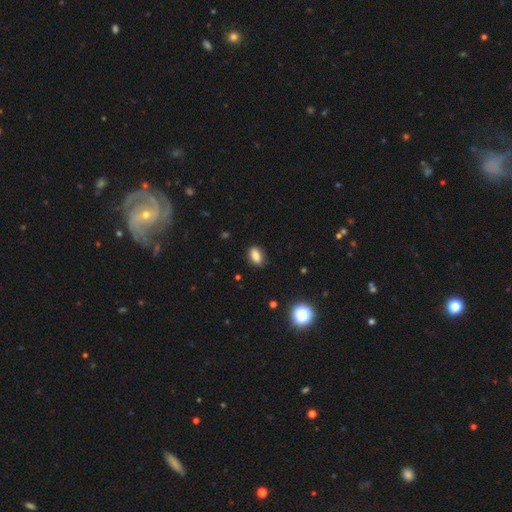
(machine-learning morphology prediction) A smooth galaxy with no disk features (83%) that is in between round and cigar-shaped (85%).

Vote fractions:
- Smooth or featured? smooth: 83% / star or artifact: 10% / featured or disk: 7%
- How rounded? in between: 85% / round: 11% / cigar-shaped: 3%
- Merging? none: 81% / minor disturbance: 15% / major disturbance: 3% / merger: 1%